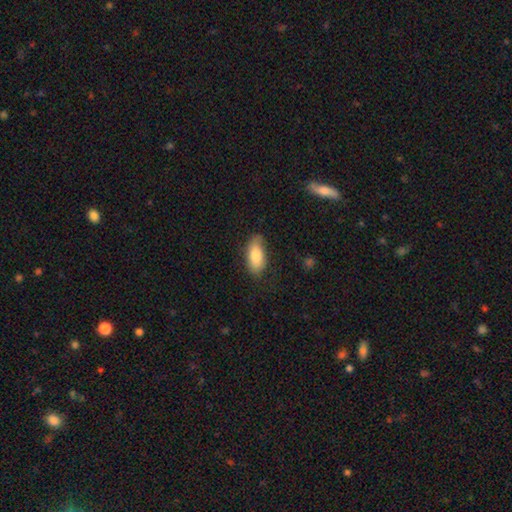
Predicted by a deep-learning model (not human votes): Smooth or featured?
  - smooth: 83% *
  - featured or disk: 10%
  - star or artifact: 6%
How rounded?
  - in between: 86% *
  - cigar-shaped: 12%
  - round: 3%
Merging?
  - none: 76% *
  - minor disturbance: 18%
  - major disturbance: 4%
  - merger: 1%